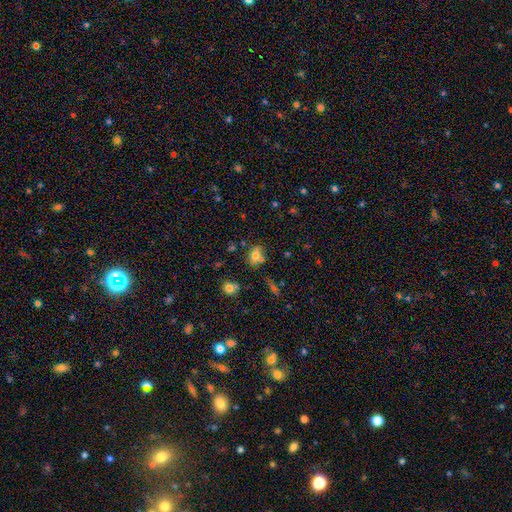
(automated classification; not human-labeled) smooth_or_featured: smooth (p=0.68) [alt: star or artifact p=0.18]
how_rounded: in between (p=0.72) [alt: round p=0.24]
merging: none (p=0.62) [alt: merger p=0.18]